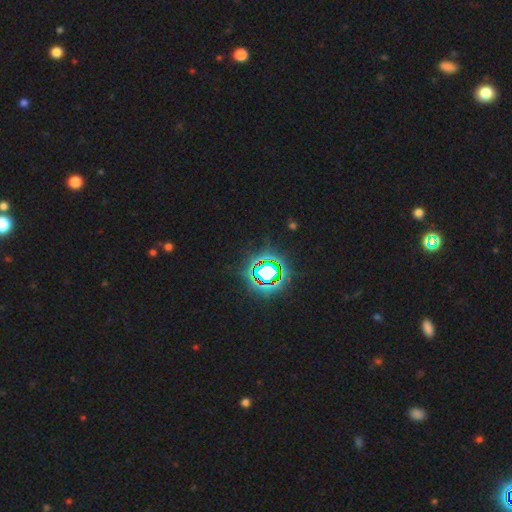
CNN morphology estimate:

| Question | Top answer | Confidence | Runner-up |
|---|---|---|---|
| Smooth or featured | star or artifact | 83% | smooth (11%) |